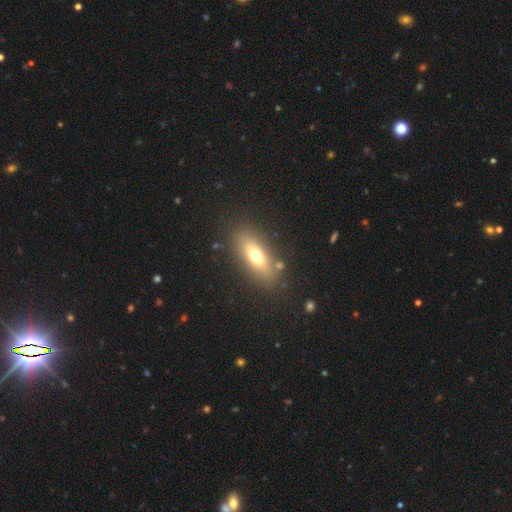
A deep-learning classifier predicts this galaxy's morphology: Smooth or featured: smooth — 67% (featured or disk — 25%)
How rounded: in between — 68% (cigar-shaped — 28%)
Merging: none — 82% (minor disturbance — 10%)